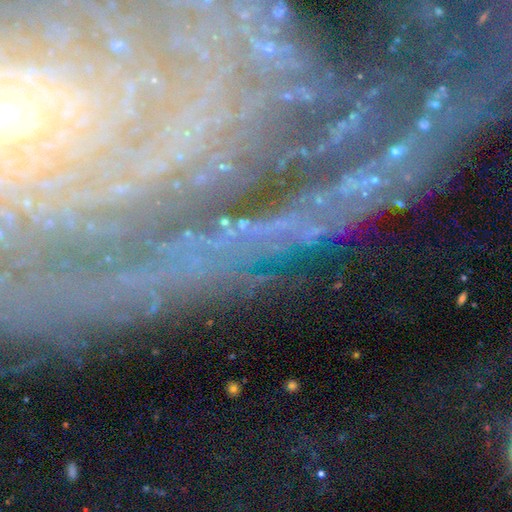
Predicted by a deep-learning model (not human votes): The model was most divided on "smooth or featured": star or artifact: 57%, featured or disk: 31%, smooth: 12%.